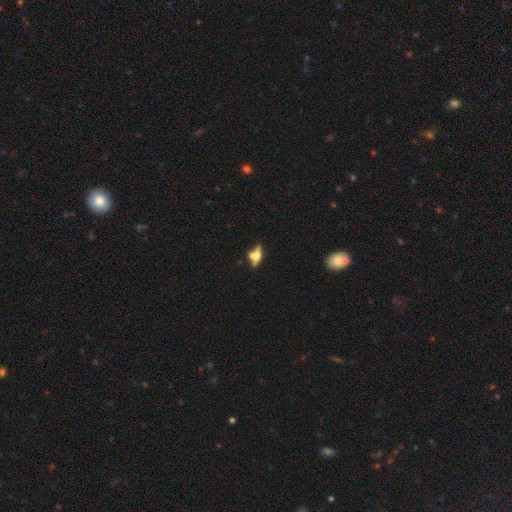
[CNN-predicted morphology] A featured or disk galaxy (50%) viewed edge-on (73%). Merging: none (49%).